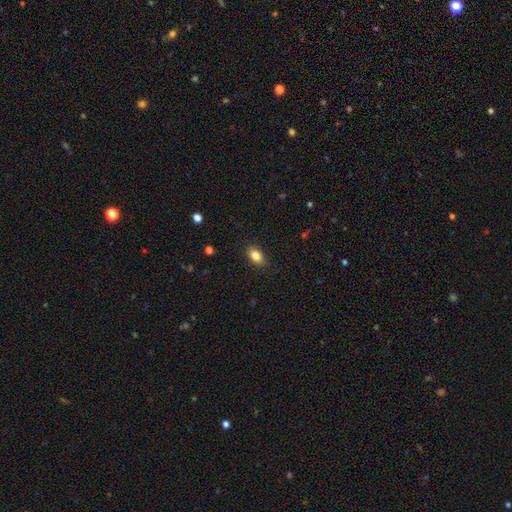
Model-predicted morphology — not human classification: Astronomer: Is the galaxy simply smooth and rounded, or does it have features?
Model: smooth — 83%.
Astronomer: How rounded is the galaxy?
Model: in between — 85%.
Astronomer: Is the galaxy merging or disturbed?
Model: none — 86%.